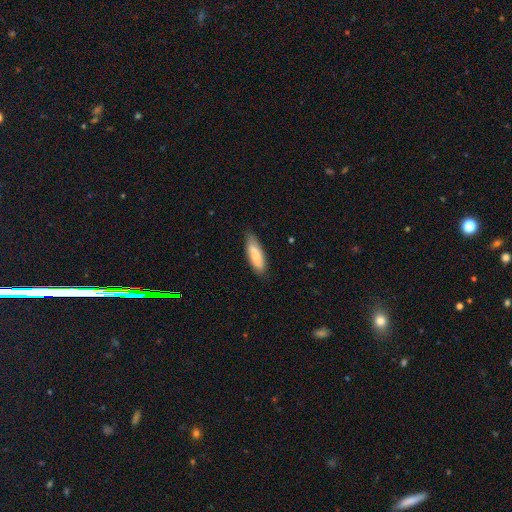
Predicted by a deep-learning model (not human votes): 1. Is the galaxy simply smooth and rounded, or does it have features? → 71% smooth, 23% featured or disk, 6% star or artifact.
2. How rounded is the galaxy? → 54% in between, 44% cigar-shaped, 2% round.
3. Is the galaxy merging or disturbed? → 78% none, 18% minor disturbance, 3% major disturbance, 2% merger.